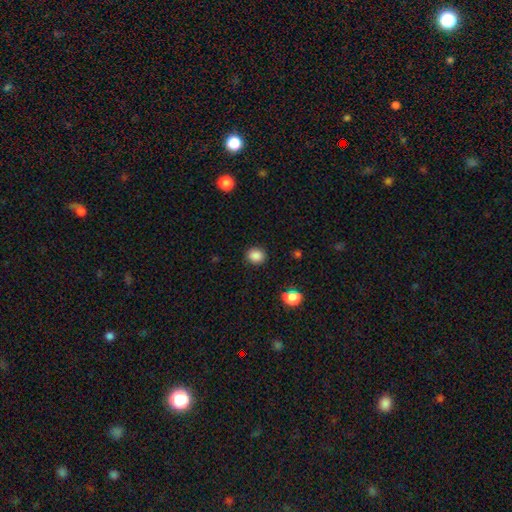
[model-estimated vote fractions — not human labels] This is clearly a smooth galaxy (86%). How rounded: likely round (77%). Merging: clearly none (89%).